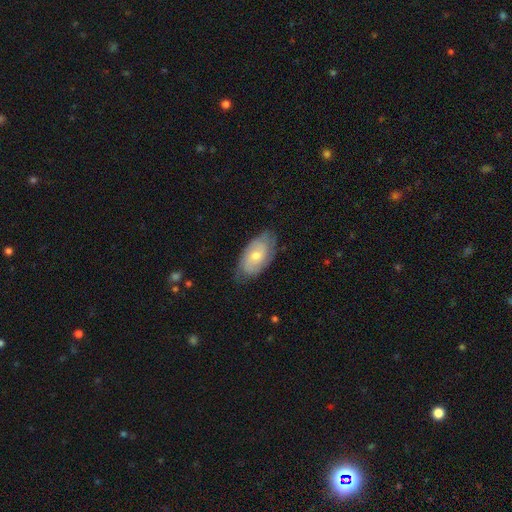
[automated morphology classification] This is possibly a featured or disk galaxy (54%). It is clearly not viewed edge-on (93%). Bar: likely no (65%). Spiral arm pattern: clearly yes (81%). Central bulge: possibly small (50%). Merging: likely none (72%).